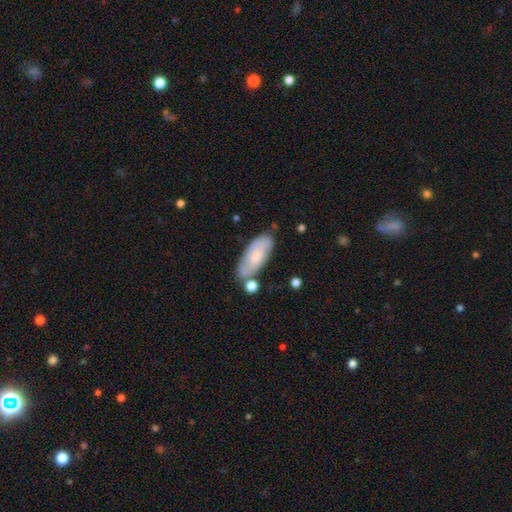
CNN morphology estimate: This appears to be a smooth galaxy with no disk features (58%) that is in between round and cigar-shaped (81%). Merging: none (69%).